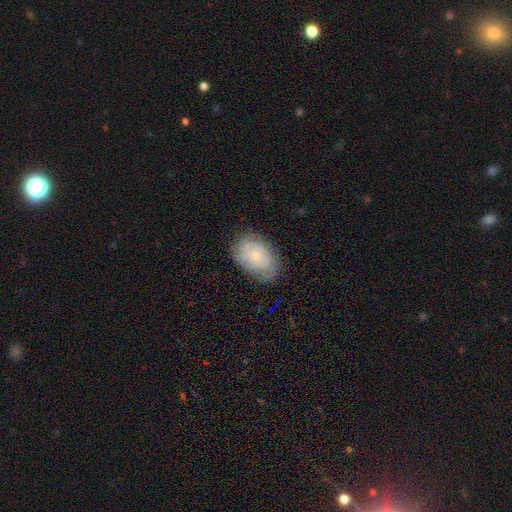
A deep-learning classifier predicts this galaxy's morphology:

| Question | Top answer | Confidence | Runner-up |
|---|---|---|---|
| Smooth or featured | smooth | 50% | featured or disk (43%) |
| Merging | none | 72% | minor disturbance (21%) |